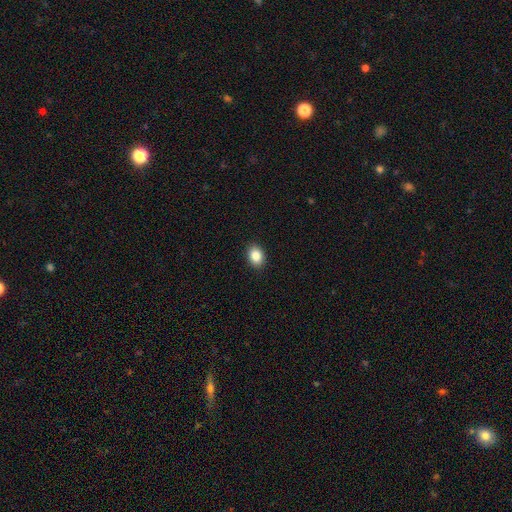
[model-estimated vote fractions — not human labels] Morphology: type=smooth (86%); roundness=in between (74%); merging=none (91%).